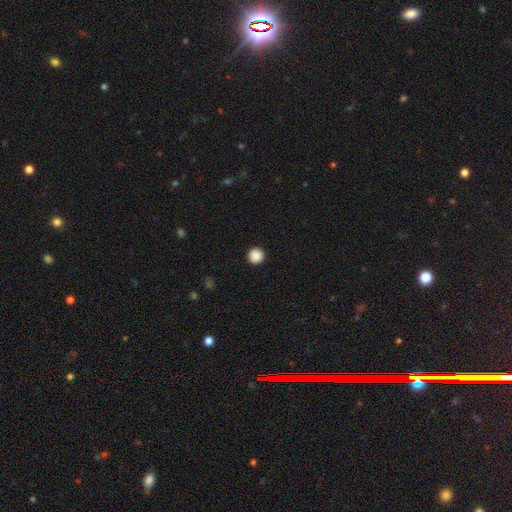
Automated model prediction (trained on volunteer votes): Q: Smooth or featured?
A: smooth (89%); runner-up: star or artifact (9%)
Q: How rounded?
A: round (96%); runner-up: in between (3%)
Q: Merging?
A: none (93%); runner-up: minor disturbance (4%)